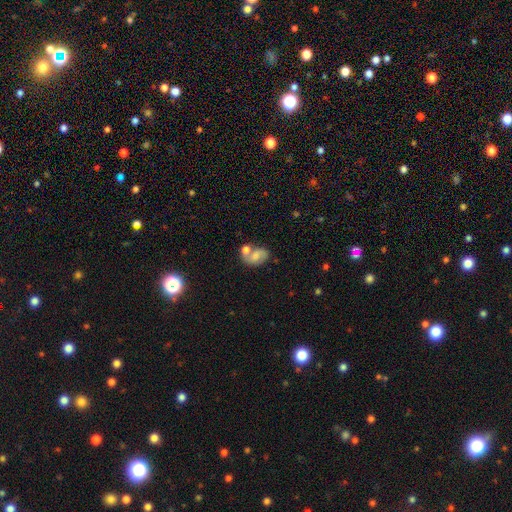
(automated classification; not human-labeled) Overall: smooth (50%; featured or disk 41%). Merging: merger (45%; none 34%).